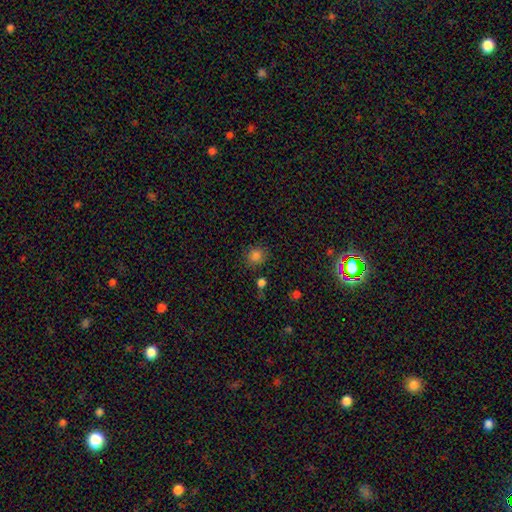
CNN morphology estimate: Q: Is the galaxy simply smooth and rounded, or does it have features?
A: smooth — 82%.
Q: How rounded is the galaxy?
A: round — 82%.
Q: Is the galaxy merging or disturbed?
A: none — 80%.